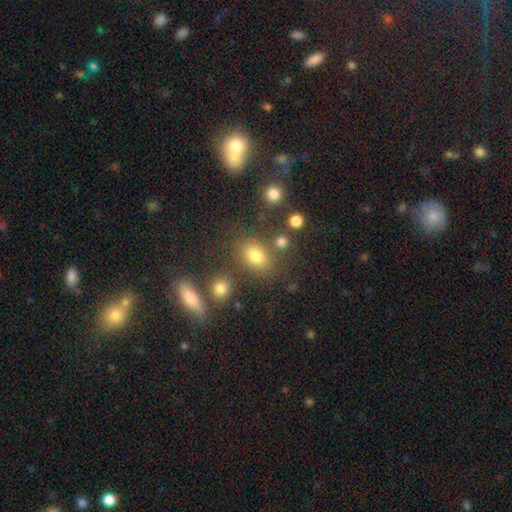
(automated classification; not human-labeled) The model was most divided on "how rounded": in between: 62%, round: 36%, cigar-shaped: 2%. More confident: smooth or featured — smooth (75%); merging — none (71%).